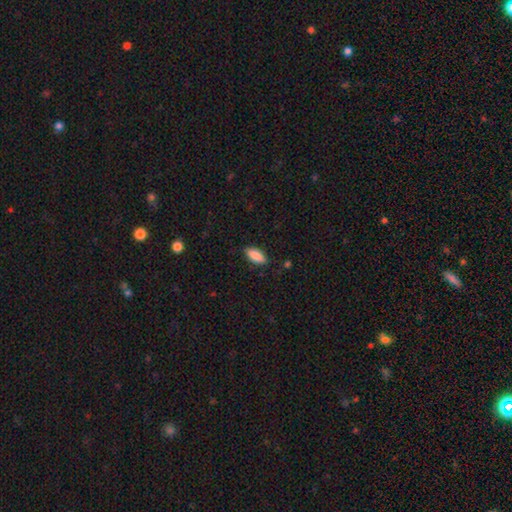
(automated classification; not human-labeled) smooth_or_featured: smooth (p=0.86) [alt: featured or disk p=0.07]
how_rounded: in between (p=0.84) [alt: cigar-shaped p=0.14]
merging: none (p=0.84) [alt: minor disturbance p=0.12]